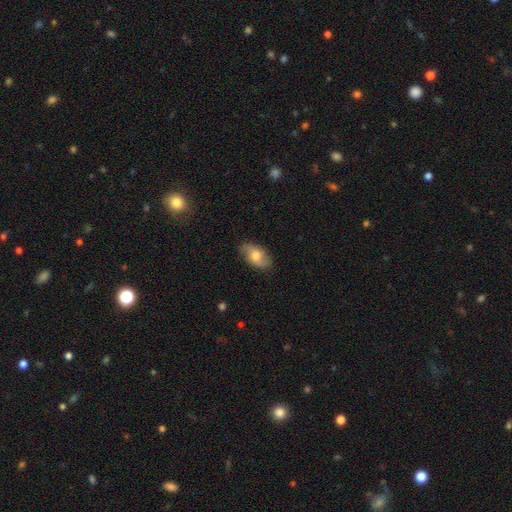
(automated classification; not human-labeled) A smooth galaxy with no disk features (49%).

Vote fractions:
- Smooth or featured? smooth: 49% / featured or disk: 44% / star or artifact: 7%
- Merging? none: 81% / minor disturbance: 14% / major disturbance: 3% / merger: 1%